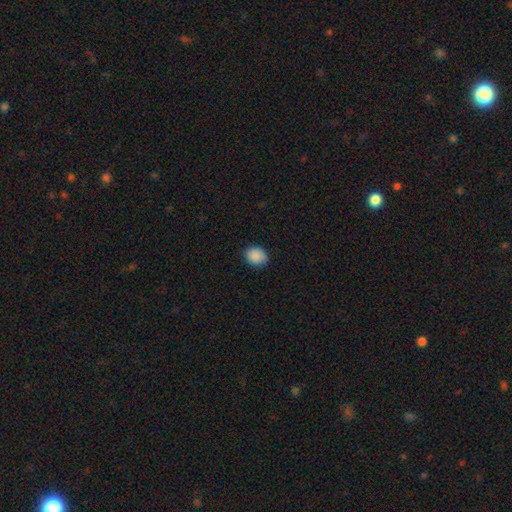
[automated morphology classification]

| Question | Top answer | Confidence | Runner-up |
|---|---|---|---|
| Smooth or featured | smooth | 89% | star or artifact (8%) |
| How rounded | round | 52% | in between (47%) |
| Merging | none | 85% | minor disturbance (11%) |